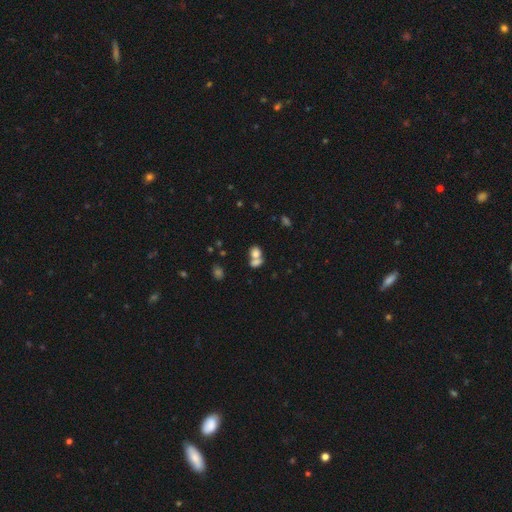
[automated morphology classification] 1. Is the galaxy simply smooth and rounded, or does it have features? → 75% smooth, 13% featured or disk, 12% star or artifact.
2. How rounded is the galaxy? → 50% round, 49% in between, 2% cigar-shaped.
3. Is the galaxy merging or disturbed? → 59% merger, 29% none, 7% minor disturbance, 4% major disturbance.